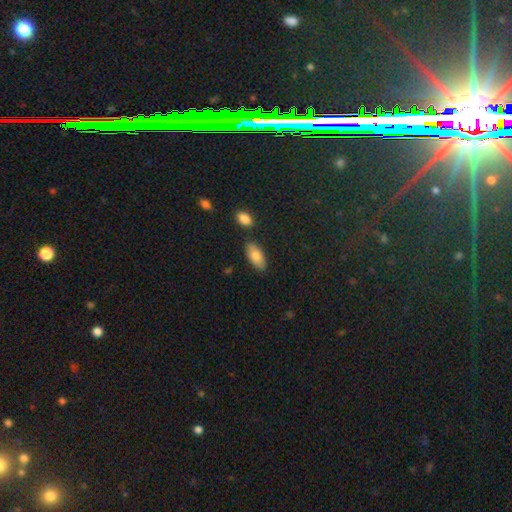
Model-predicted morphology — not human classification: The model was most divided on "smooth or featured": smooth: 81%, featured or disk: 12%, star or artifact: 7%. More confident: how rounded — in between (90%); merging — none (82%).